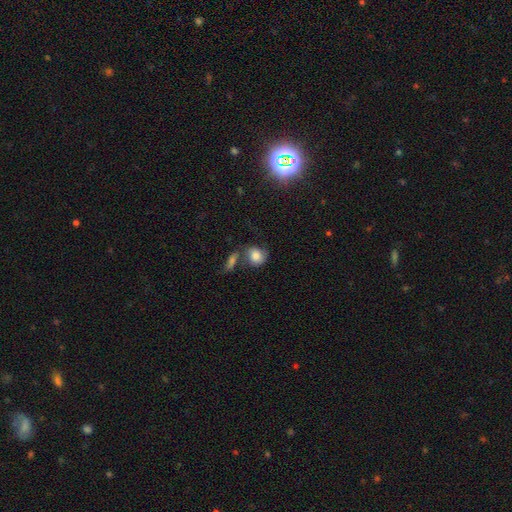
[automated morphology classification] This appears to be a smooth galaxy with no disk features (68%) that is round (59%). Merging: none (39%).